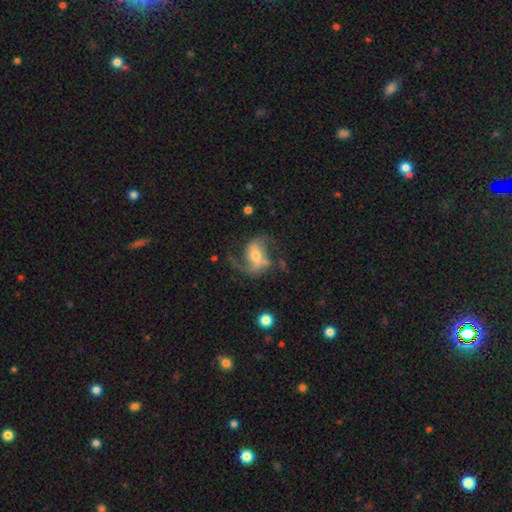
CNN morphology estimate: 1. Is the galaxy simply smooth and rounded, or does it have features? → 82% featured or disk, 11% smooth, 7% star or artifact.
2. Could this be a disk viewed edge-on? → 97% no, 3% yes.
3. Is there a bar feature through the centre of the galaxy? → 42% weak, 30% no, 28% strong.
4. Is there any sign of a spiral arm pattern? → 94% yes, 6% no.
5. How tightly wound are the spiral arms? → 57% loose, 35% medium, 7% tight.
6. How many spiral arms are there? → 79% 2, 14% 1, 3% can't tell, 2% 3, 1% 4, 1% more than 4.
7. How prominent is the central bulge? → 60% moderate, 31% small, 6% large, 2% none, 1% dominant.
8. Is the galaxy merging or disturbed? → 55% none, 22% major disturbance, 20% minor disturbance, 3% merger.